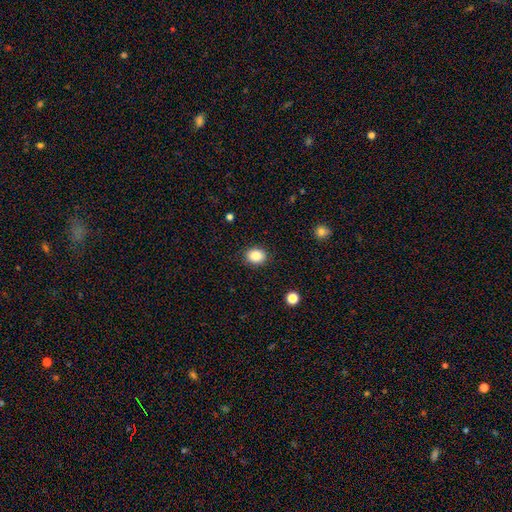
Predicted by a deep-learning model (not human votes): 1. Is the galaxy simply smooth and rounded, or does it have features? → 86% smooth, 9% star or artifact, 5% featured or disk.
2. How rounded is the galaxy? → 53% round, 46% in between, 1% cigar-shaped.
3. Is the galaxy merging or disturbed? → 88% none, 8% minor disturbance, 2% major disturbance, 1% merger.